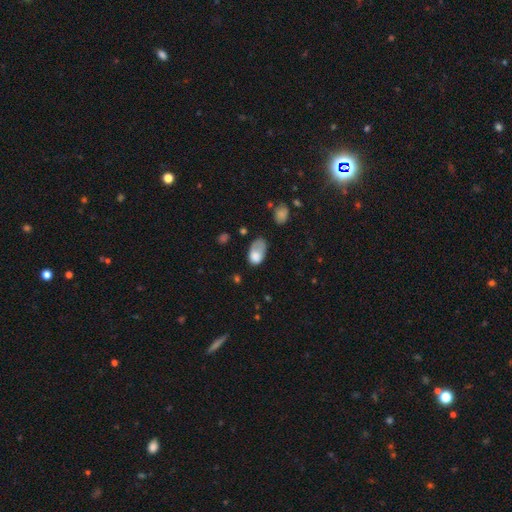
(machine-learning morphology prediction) This appears to be a smooth galaxy with no disk features (75%) that is in between round and cigar-shaped (88%). Merging: minor disturbance (37%).